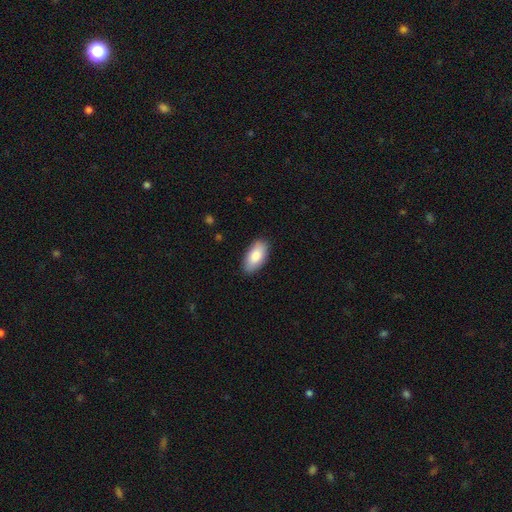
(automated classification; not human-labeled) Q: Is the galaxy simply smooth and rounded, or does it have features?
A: smooth — 86%.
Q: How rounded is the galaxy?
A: in between — 93%.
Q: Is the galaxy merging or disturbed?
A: none — 86%.